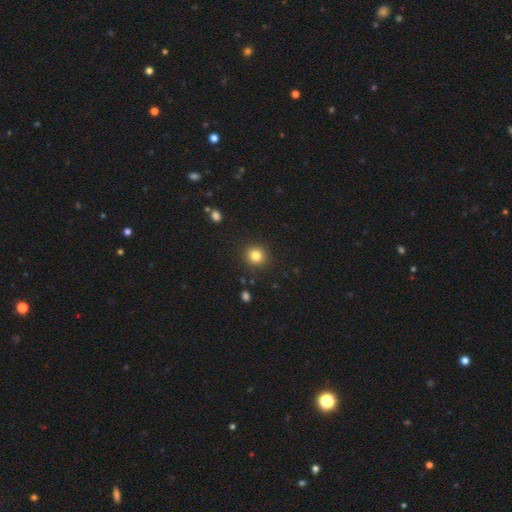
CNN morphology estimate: A smooth galaxy with no disk features (83%) that is round (92%). Merging: none (90%).